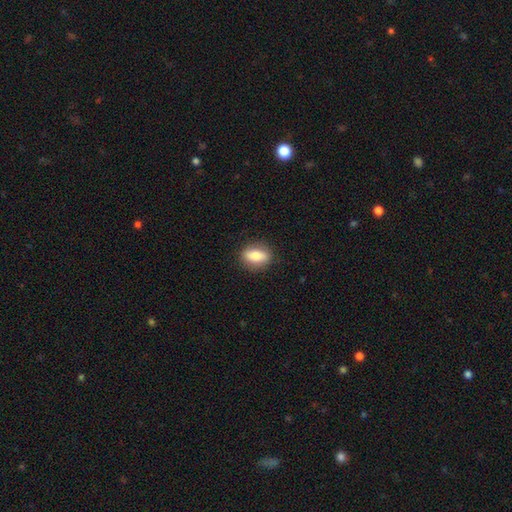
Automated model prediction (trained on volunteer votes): smooth_or_featured: smooth (p=0.69) [alt: featured or disk p=0.23]
how_rounded: in between (p=0.70) [alt: round p=0.22]
merging: none (p=0.86) [alt: minor disturbance p=0.10]